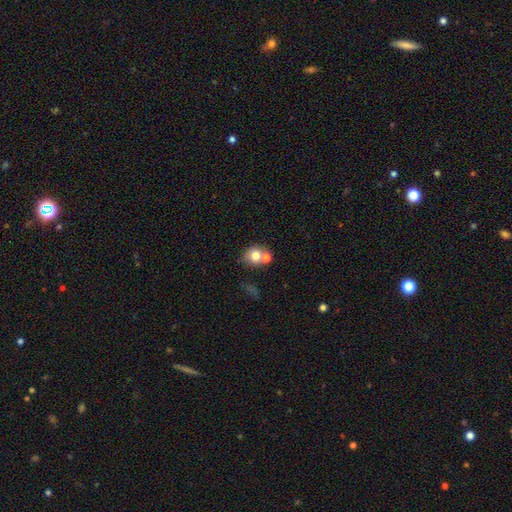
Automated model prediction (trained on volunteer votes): smooth 73%, featured or disk 16%, star or artifact 11%. Down the decision tree: how rounded — round (72%); merging — none (45%).